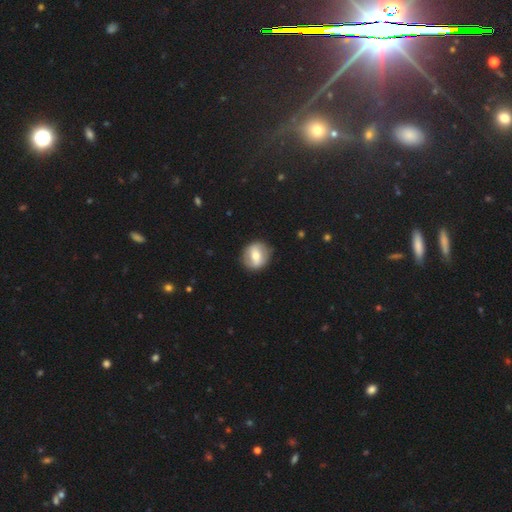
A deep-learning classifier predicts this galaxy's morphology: A featured or disk galaxy (50%).

Vote fractions:
- Smooth or featured? featured or disk: 50% / smooth: 44% / star or artifact: 6%
- Edge-on disk? no: 94% / yes: 6%
- Merging? none: 85% / minor disturbance: 11% / major disturbance: 4% / merger: 1%